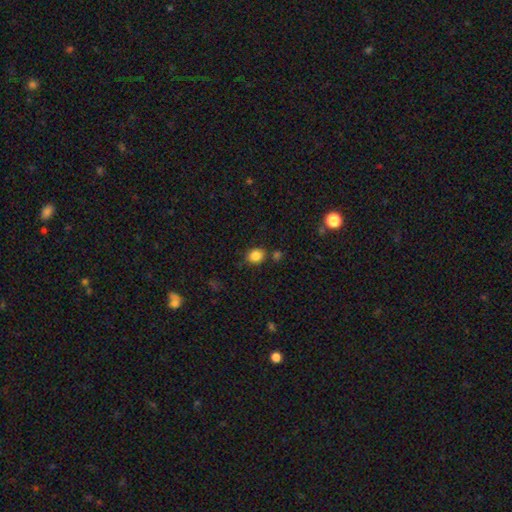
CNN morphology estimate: smooth-or-featured: smooth: 85% | star or artifact: 11% | featured or disk: 4%
  how-rounded: round: 63% | in between: 36% | cigar-shaped: 1%
  merging: none: 77% | minor disturbance: 13% | merger: 7% | major disturbance: 4%